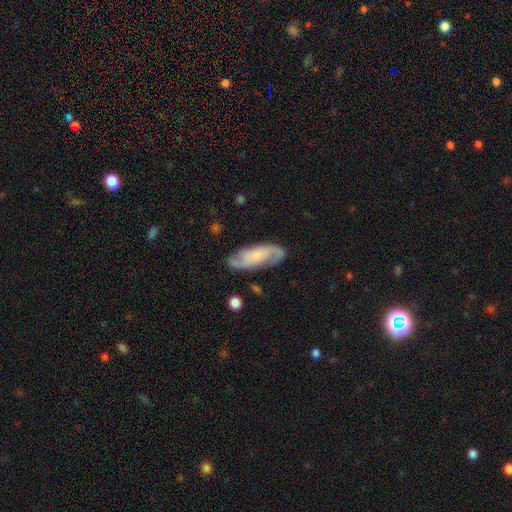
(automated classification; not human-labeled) A featured or disk galaxy (73%) with no bar (61%), 2 (85%) medium (46%) spiral arms (95%) and a small central bulge (51%). Merging: none (78%).